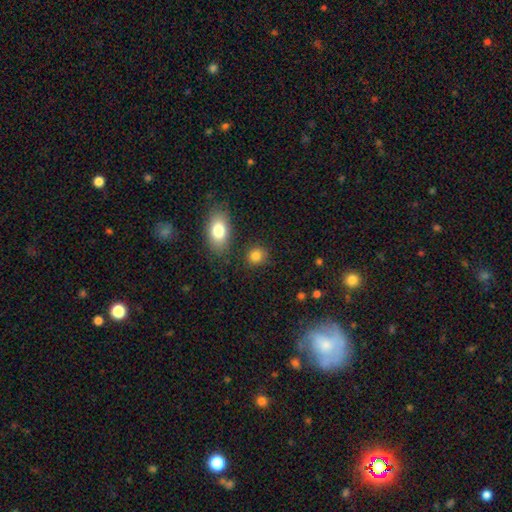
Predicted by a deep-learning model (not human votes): smooth-or-featured: smooth: 84% | star or artifact: 10% | featured or disk: 6%
  how-rounded: round: 72% | in between: 27% | cigar-shaped: 1%
  merging: none: 82% | minor disturbance: 11% | merger: 4% | major disturbance: 3%